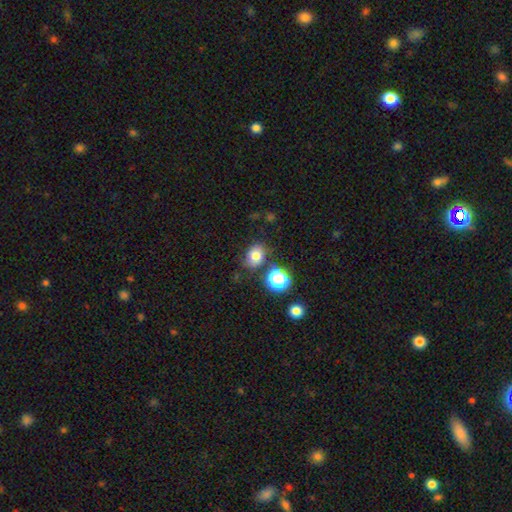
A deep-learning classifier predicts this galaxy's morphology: smooth-or-featured: smooth: 74% | star or artifact: 15% | featured or disk: 11%
  how-rounded: in between: 54% | round: 45% | cigar-shaped: 1%
  merging: none: 72% | minor disturbance: 16% | merger: 7% | major disturbance: 5%